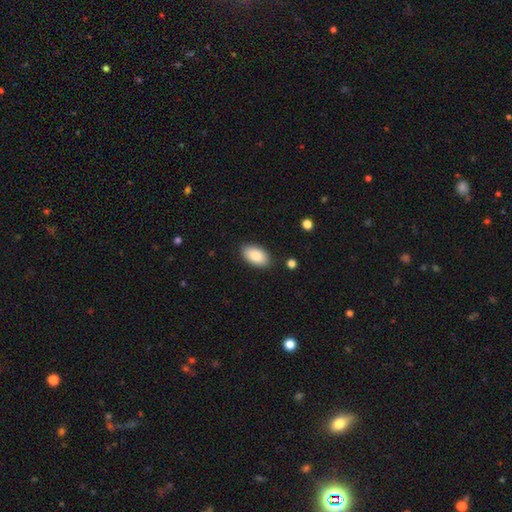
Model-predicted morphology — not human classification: A smooth galaxy with no disk features (87%) that is in between round and cigar-shaped (95%).

Vote fractions:
- Smooth or featured? smooth: 87% / featured or disk: 7% / star or artifact: 6%
- How rounded? in between: 95% / round: 4% / cigar-shaped: 2%
- Merging? none: 87% / minor disturbance: 10% / major disturbance: 2% / merger: 1%